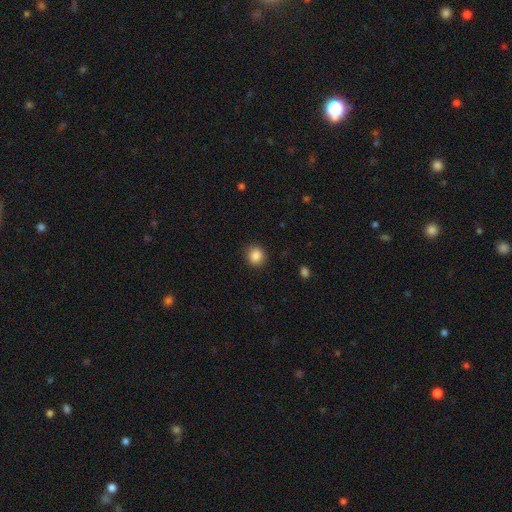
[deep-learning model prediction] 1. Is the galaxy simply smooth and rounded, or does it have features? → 87% smooth, 10% star or artifact, 4% featured or disk.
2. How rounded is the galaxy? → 86% round, 13% in between, 1% cigar-shaped.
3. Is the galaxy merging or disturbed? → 90% none, 7% minor disturbance, 2% major disturbance, 1% merger.